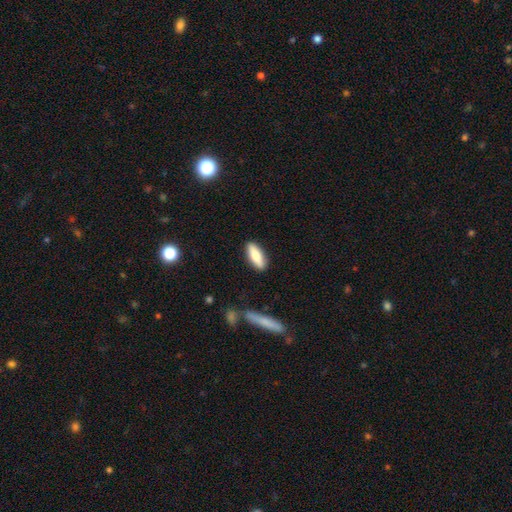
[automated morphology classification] smooth-or-featured: smooth: 73% | featured or disk: 22% | star or artifact: 6%
  how-rounded: in between: 60% | cigar-shaped: 38% | round: 2%
  merging: none: 88% | minor disturbance: 9% | major disturbance: 2% | merger: 2%